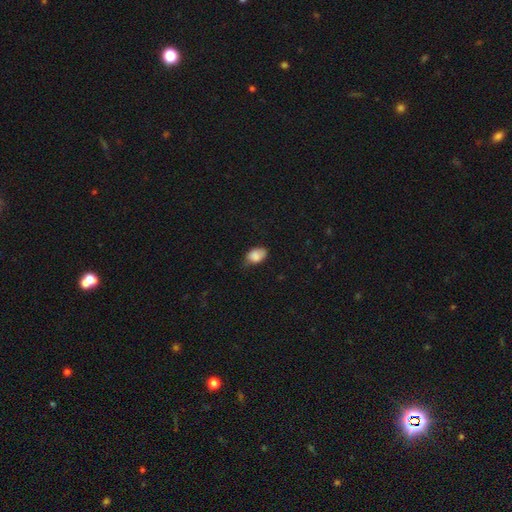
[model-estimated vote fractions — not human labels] Smooth or featured? Predicted: smooth (p=0.84). How rounded? Predicted: in between (p=0.84). Merging? Predicted: none (p=0.56).